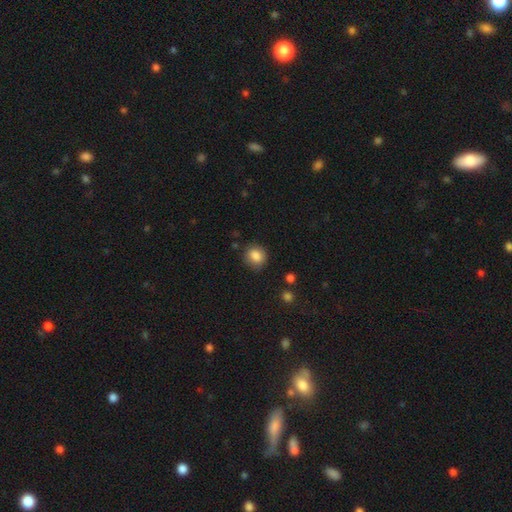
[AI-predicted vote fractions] smooth 84%, star or artifact 9%, featured or disk 7%. Down the decision tree: how rounded — round (75%); merging — none (81%).